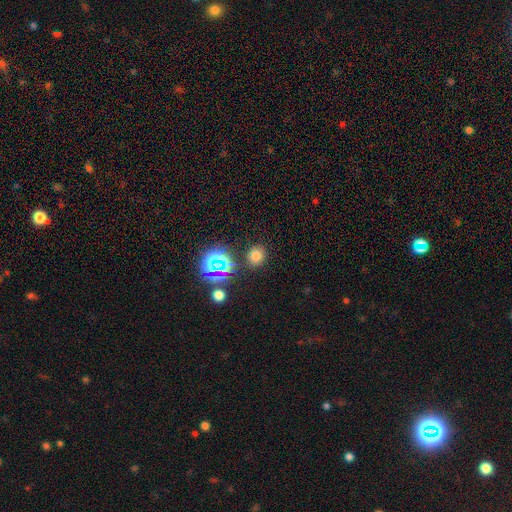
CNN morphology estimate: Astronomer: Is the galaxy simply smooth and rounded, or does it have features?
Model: smooth — 69%.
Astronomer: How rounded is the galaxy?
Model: round — 74%.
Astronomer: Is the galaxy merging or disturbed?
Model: none — 84%.